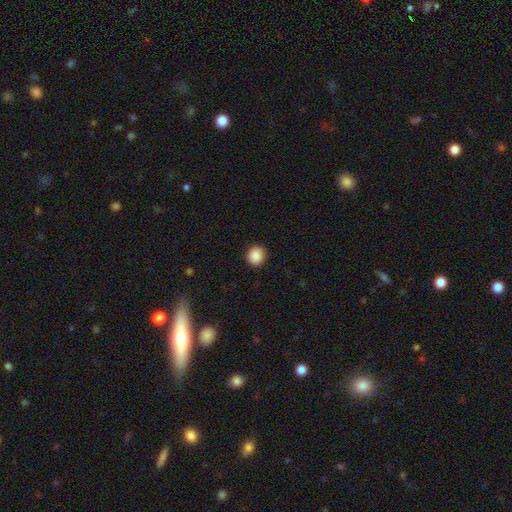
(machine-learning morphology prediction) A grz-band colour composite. It shows a smooth galaxy with no disk features (89%) that is round (87%). Merging: none (92%).